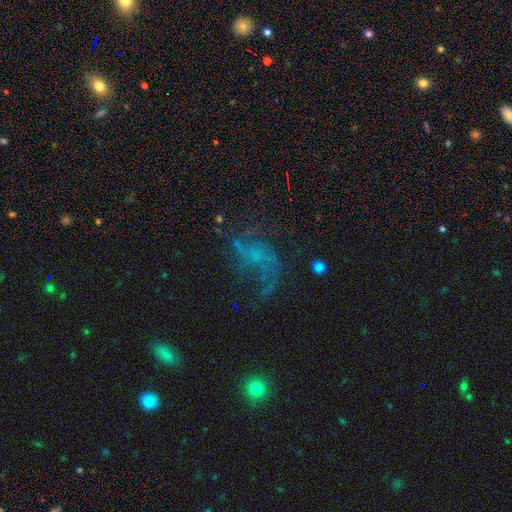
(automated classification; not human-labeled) featured or disk 62%, star or artifact 19%, smooth 18%. Down the decision tree: edge-on disk — no (97%); bar — no (74%); spiral arms — yes (71%); bulge size — none (60%); merging — none (43%).